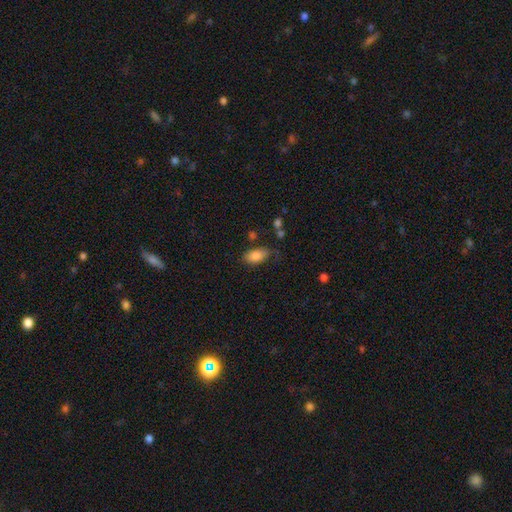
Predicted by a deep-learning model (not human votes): Overall: smooth (85%). How rounded: in between (92%). Merging: none (67%).